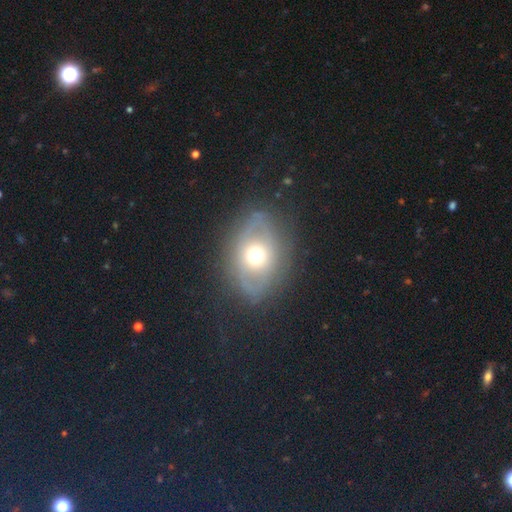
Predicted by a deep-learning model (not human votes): Overall: featured or disk (49%; smooth 41%). Merging: none (74%).